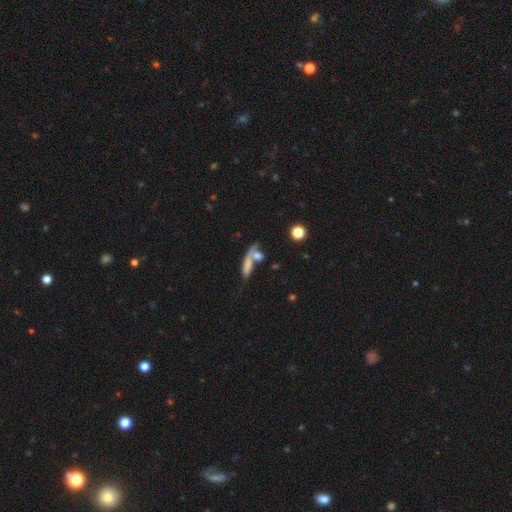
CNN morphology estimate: Smooth or featured: smooth — 64% (featured or disk — 25%)
How rounded: cigar-shaped — 47% (in between — 38%)
Merging: merger — 46% (none — 34%)